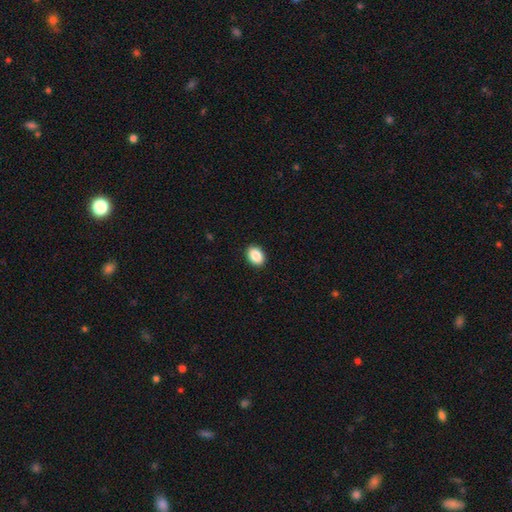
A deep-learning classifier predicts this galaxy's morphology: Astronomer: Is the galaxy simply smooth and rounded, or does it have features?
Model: smooth — 89%.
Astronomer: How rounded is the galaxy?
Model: in between — 77%.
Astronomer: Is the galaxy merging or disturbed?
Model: none — 91%.